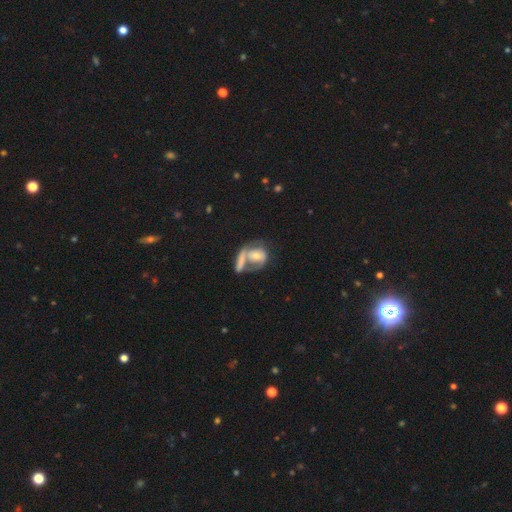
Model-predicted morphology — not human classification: Smooth or featured: featured or disk — 54% (smooth — 38%)
Edge-on disk: no — 92% (yes — 8%)
Merging: merger — 44% (none — 28%)